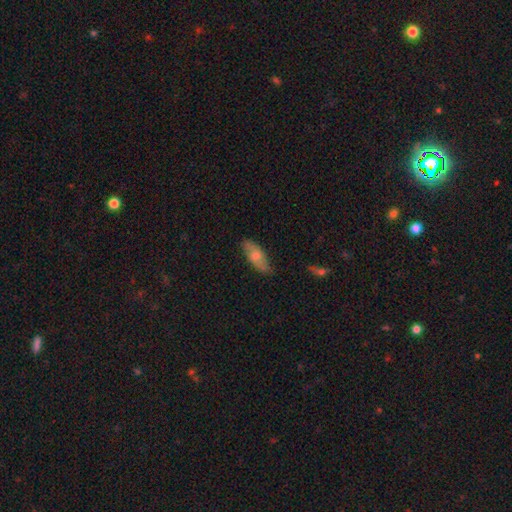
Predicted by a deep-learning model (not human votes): Overall: smooth (56%; featured or disk 36%). How rounded: in between (72%). Merging: none (82%).